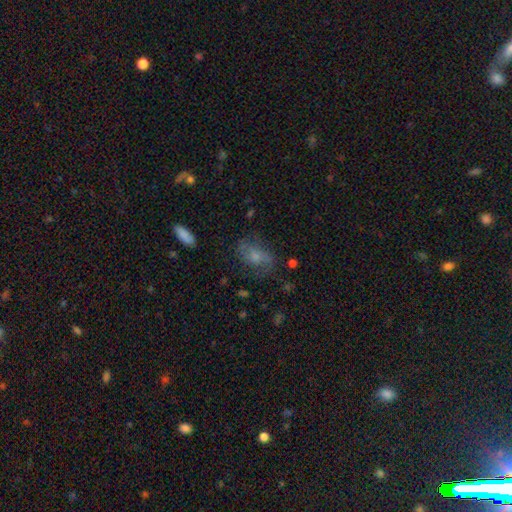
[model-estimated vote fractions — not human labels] Smooth or featured: smooth — 49% (featured or disk — 39%)
Merging: none — 58% (minor disturbance — 23%)